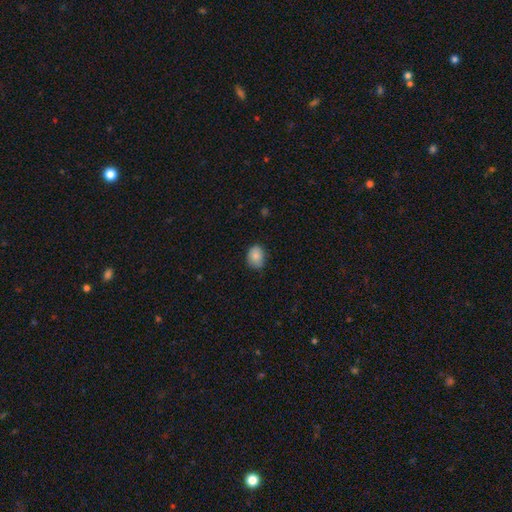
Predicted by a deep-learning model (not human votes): This appears to be a smooth galaxy with no disk features (86%) that is in between round and cigar-shaped (59%). Merging: none (73%).